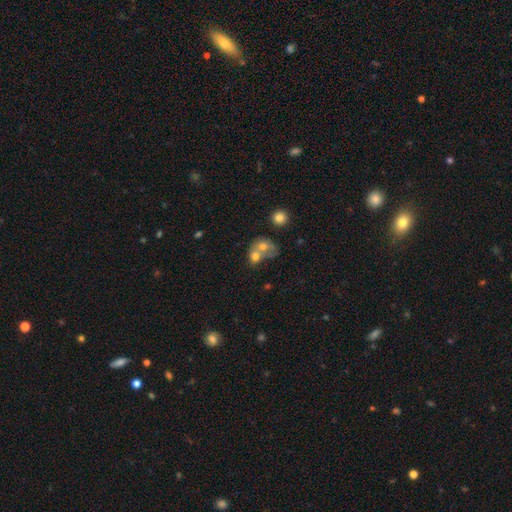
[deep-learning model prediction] Smooth or featured? smooth (67%)
How rounded? round (60%)
Merging? merger (70%)